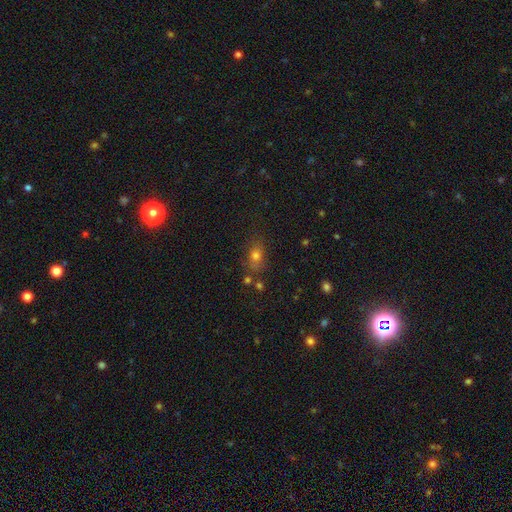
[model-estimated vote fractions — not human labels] This appears to be a smooth galaxy with no disk features (69%) that is in between round and cigar-shaped (59%). Merging: none (70%).